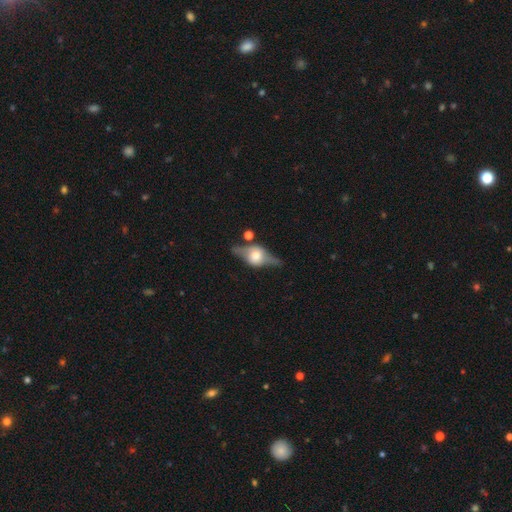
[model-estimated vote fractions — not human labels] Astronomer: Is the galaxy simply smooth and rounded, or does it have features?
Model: featured or disk — 73%.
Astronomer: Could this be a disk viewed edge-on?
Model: yes — 87%.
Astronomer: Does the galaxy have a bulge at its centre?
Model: rounded — 92%.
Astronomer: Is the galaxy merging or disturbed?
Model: none — 66%.